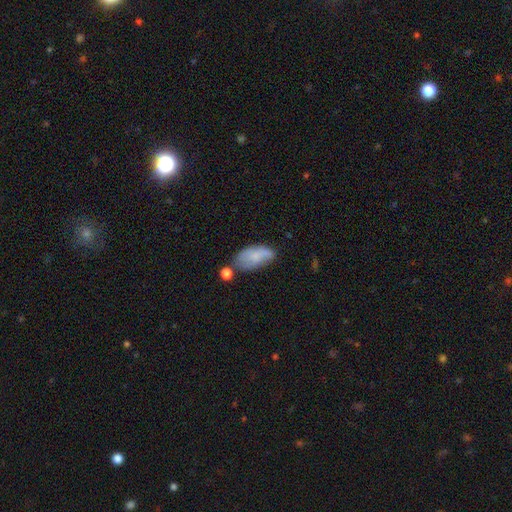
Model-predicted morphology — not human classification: Q: Smooth or featured?
A: smooth (67%); runner-up: featured or disk (25%)
Q: How rounded?
A: in between (91%); runner-up: cigar-shaped (6%)
Q: Merging?
A: none (44%); runner-up: minor disturbance (31%)